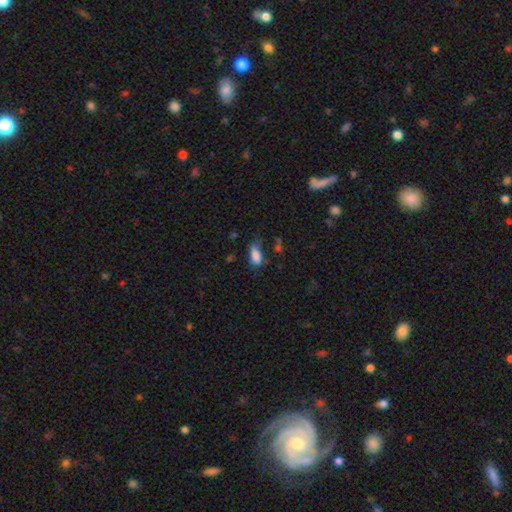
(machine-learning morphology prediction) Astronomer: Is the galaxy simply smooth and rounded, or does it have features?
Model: smooth — 82%.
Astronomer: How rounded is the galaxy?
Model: in between — 83%.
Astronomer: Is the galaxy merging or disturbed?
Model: none — 47% (runner-up: minor disturbance, 32%).